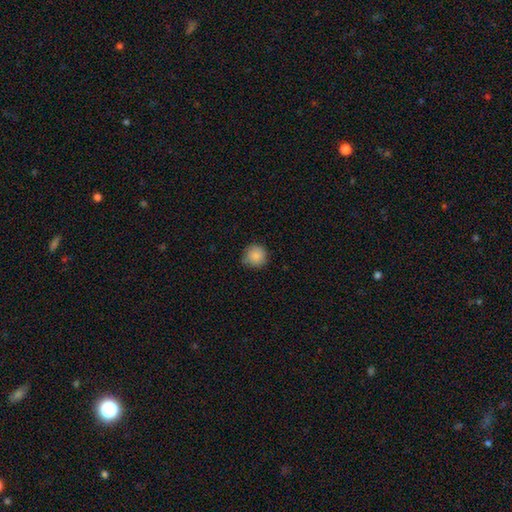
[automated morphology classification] type=smooth (86%); roundness=round (94%); merging=none (75%).